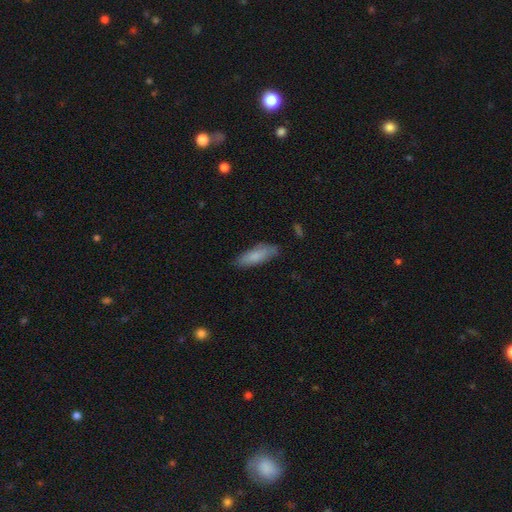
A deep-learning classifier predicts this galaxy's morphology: This is clearly a smooth galaxy (81%). How rounded: possibly cigar-shaped (51%). Merging: clearly none (80%).